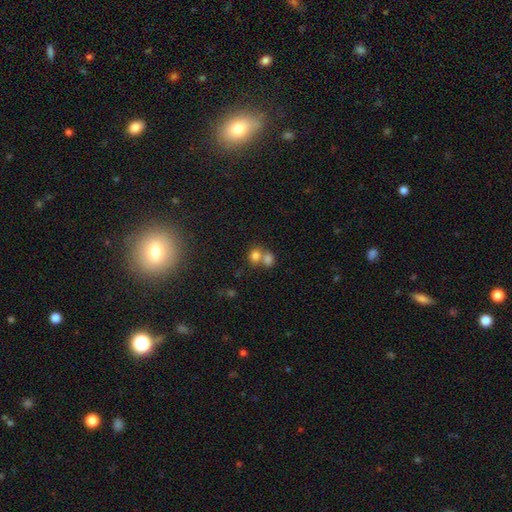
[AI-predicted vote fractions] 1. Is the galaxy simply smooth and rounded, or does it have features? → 77% smooth, 12% star or artifact, 11% featured or disk.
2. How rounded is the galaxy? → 67% round, 32% in between, 1% cigar-shaped.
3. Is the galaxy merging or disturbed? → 56% merger, 34% none, 6% minor disturbance, 3% major disturbance.